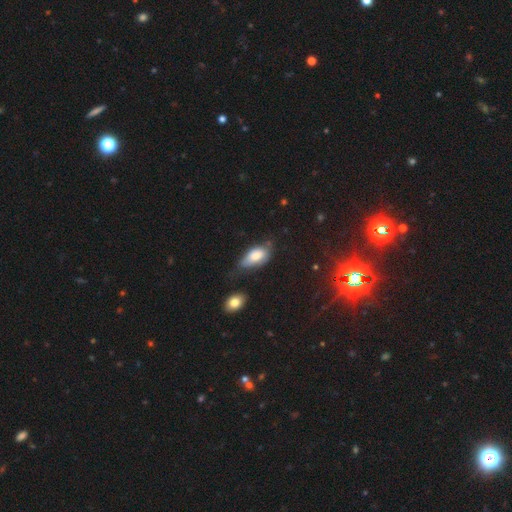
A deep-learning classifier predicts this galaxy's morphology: A smooth galaxy with no disk features (76%) that is in between round and cigar-shaped (91%).

Vote fractions:
- Smooth or featured? smooth: 76% / featured or disk: 16% / star or artifact: 8%
- How rounded? in between: 91% / cigar-shaped: 5% / round: 4%
- Merging? minor disturbance: 38% / none: 35% / major disturbance: 20% / merger: 8%